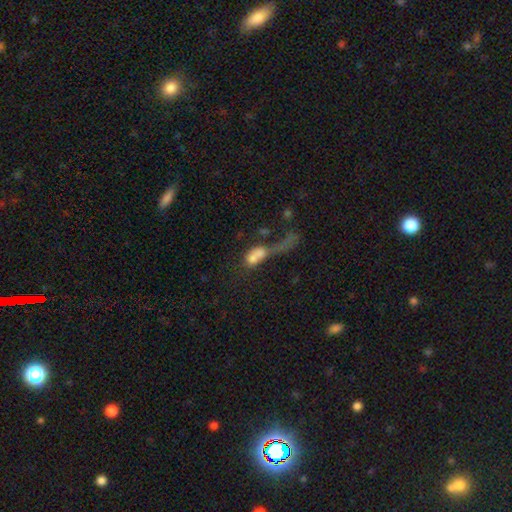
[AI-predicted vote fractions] smooth 63%, featured or disk 26%, star or artifact 12%. Down the decision tree: how rounded — in between (71%); merging — merger (52%).